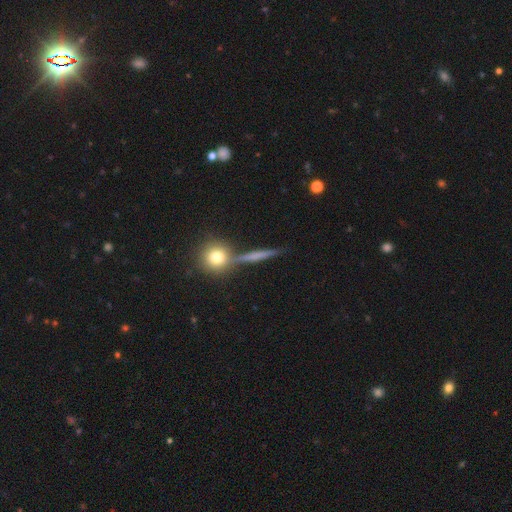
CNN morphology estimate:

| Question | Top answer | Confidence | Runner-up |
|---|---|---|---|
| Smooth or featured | featured or disk | 46% | smooth (43%) |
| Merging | none | 80% | minor disturbance (9%) |